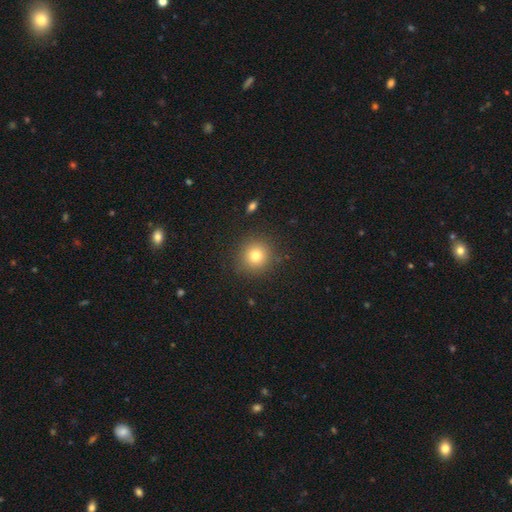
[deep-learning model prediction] smooth-or-featured: smooth: 78% | star or artifact: 13% | featured or disk: 9%
  how-rounded: round: 92% | in between: 7% | cigar-shaped: 1%
  merging: none: 88% | minor disturbance: 8% | major disturbance: 3% | merger: 1%